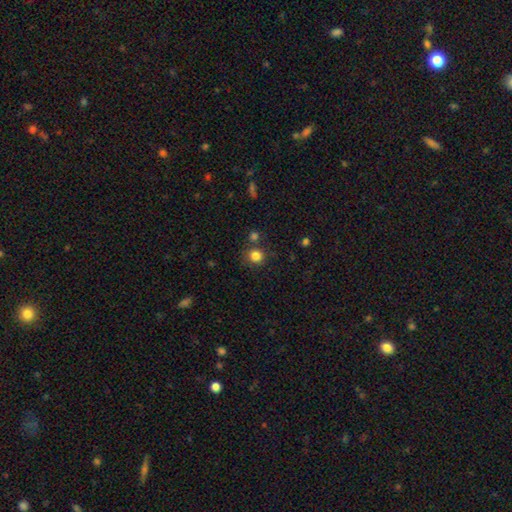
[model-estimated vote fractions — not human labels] Smooth or featured? smooth (82%)
How rounded? round (91%)
Merging? none (79%)